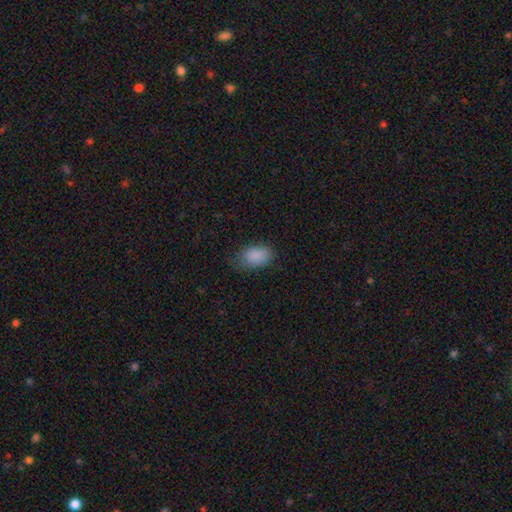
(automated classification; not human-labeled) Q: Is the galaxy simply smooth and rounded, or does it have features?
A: smooth — 87%.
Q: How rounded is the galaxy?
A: in between — 90%.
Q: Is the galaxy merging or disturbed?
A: none — 66%.